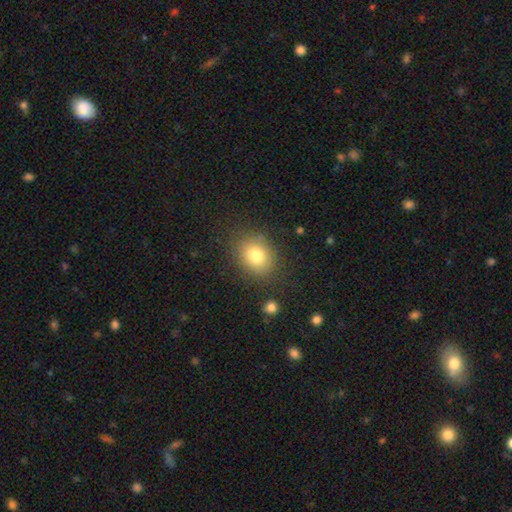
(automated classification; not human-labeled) smooth-or-featured: smooth: 80% | star or artifact: 11% | featured or disk: 10%
  how-rounded: round: 52% | in between: 47% | cigar-shaped: 1%
  merging: none: 82% | minor disturbance: 11% | major disturbance: 4% | merger: 2%